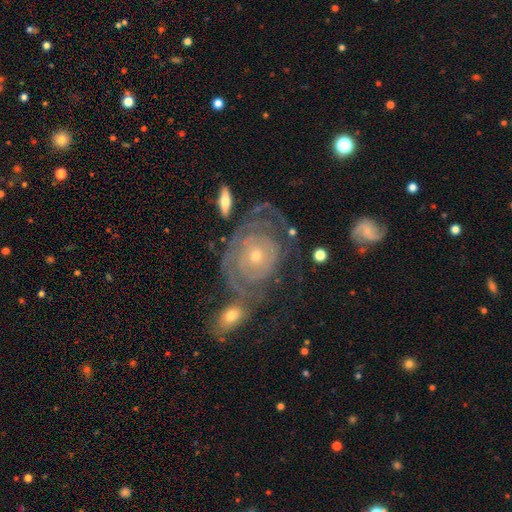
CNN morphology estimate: The model was most divided on "spiral arm count": can't tell: 42%, 2: 25%, 3: 12%, 1: 8%, 4: 7%, more than 4: 6%. Remaining: edge-on disk — no (96%); spiral arms — yes (87%); bar — no (84%); smooth or featured — featured or disk (82%); spiral winding — tight (77%); bulge size — small (72%); merging — none (50%).